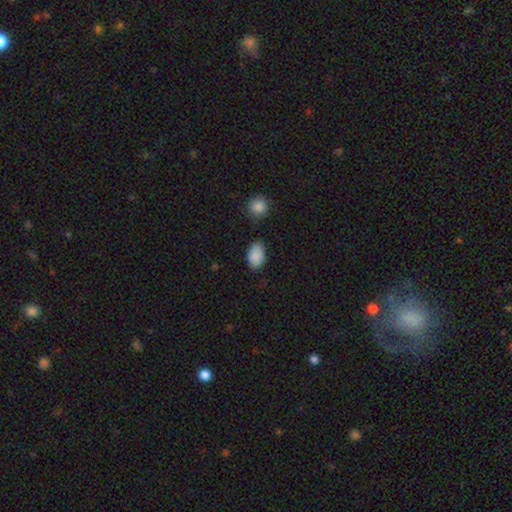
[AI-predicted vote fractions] Overall: smooth (88%). How rounded: in between (89%). Merging: none (73%).